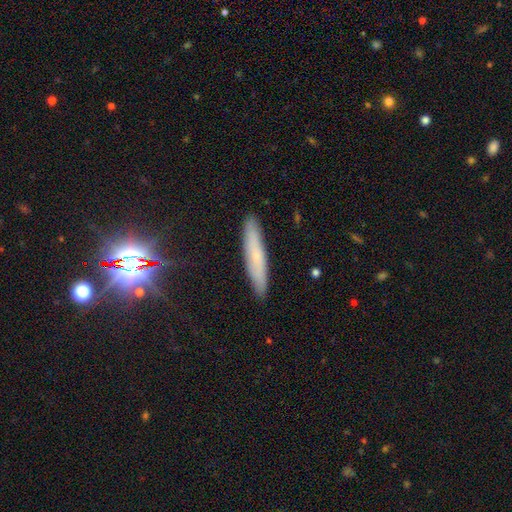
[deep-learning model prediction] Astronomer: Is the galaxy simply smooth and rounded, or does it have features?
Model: smooth — 57%.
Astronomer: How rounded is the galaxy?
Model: cigar-shaped — 91%.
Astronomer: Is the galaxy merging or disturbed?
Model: none — 89%.